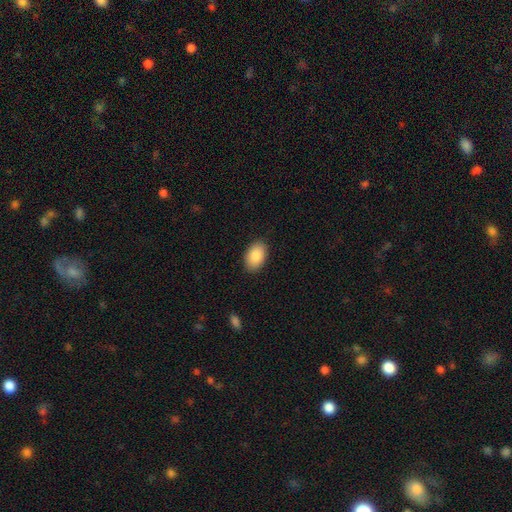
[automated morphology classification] A smooth galaxy with no disk features (88%) that is in between round and cigar-shaped (92%).

Vote fractions:
- Smooth or featured? smooth: 88% / star or artifact: 6% / featured or disk: 5%
- How rounded? in between: 92% / round: 7% / cigar-shaped: 1%
- Merging? none: 88% / minor disturbance: 9% / major disturbance: 2% / merger: 1%